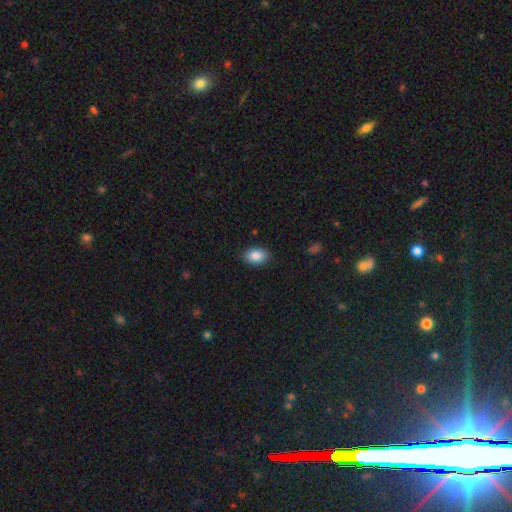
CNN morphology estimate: Smooth or featured?
  - smooth: 87% *
  - star or artifact: 8%
  - featured or disk: 5%
How rounded?
  - in between: 85% *
  - round: 14%
  - cigar-shaped: 1%
Merging?
  - none: 87% *
  - minor disturbance: 9%
  - major disturbance: 2%
  - merger: 1%